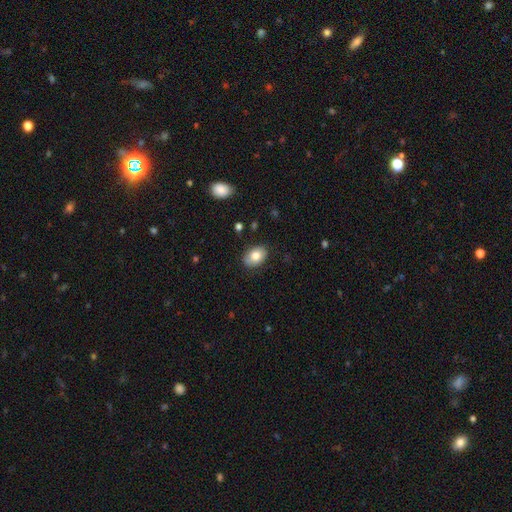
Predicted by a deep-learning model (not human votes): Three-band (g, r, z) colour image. It shows a smooth galaxy with no disk features (80%) that is in between round and cigar-shaped (80%). Merging: none (85%).